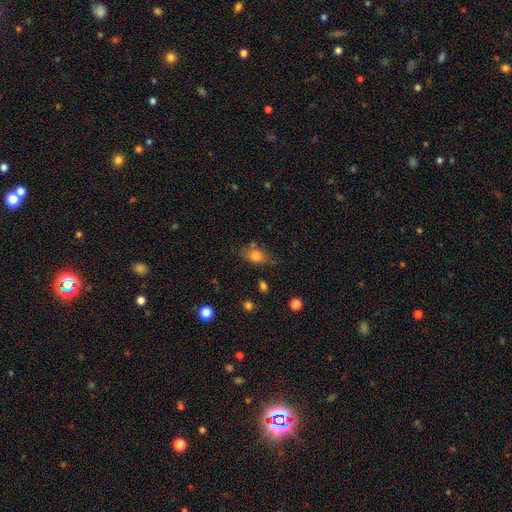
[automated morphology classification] type=smooth (79%); roundness=in between (66%); merging=none (64%).